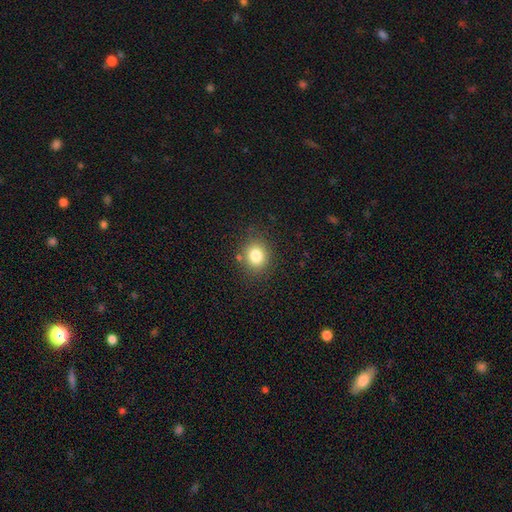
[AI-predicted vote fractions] smooth_or_featured: smooth (p=0.81) [alt: star or artifact p=0.12]
how_rounded: round (p=0.73) [alt: in between p=0.26]
merging: none (p=0.83) [alt: minor disturbance p=0.10]